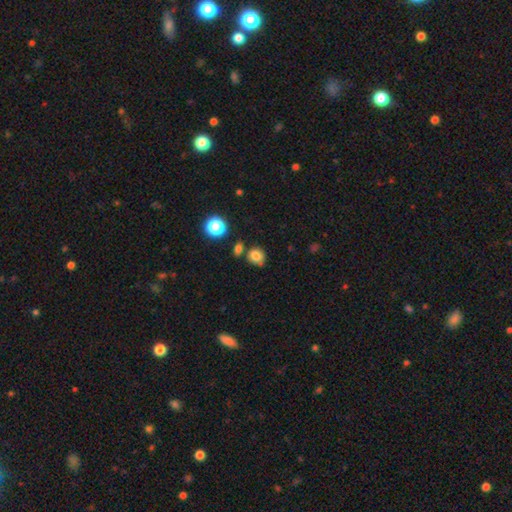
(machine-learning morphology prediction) This is likely a smooth galaxy (80%). How rounded: likely round (78%). Merging: likely none (68%).